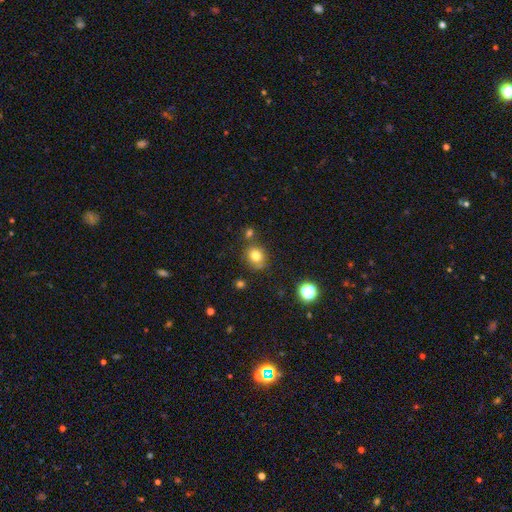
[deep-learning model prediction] Morphology: type=smooth (79%); roundness=round (76%); merging=none (71%).